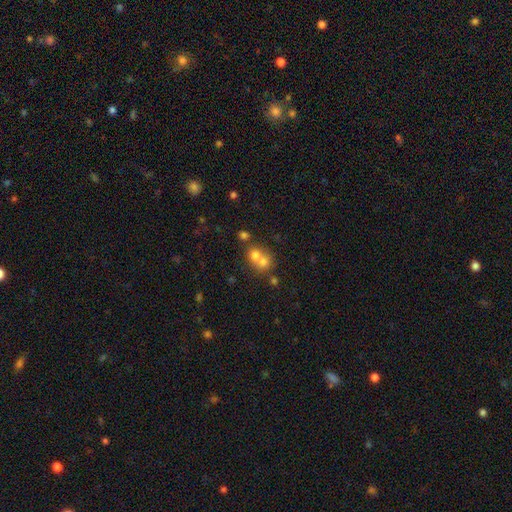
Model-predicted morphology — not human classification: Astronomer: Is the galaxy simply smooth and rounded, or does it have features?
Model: smooth — 69%.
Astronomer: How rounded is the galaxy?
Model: round — 75%.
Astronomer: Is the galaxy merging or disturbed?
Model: merger — 64%.